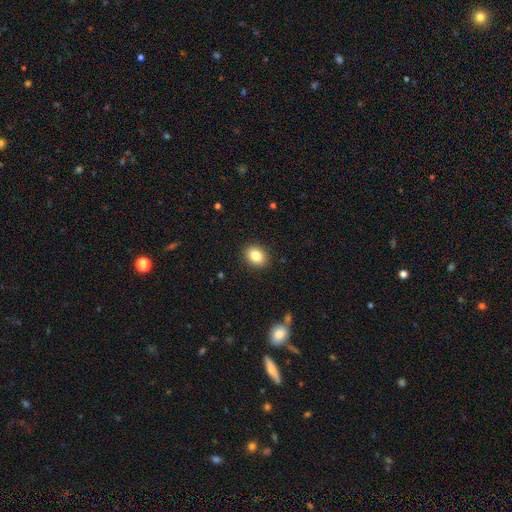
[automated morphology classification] Smooth or featured?
  - smooth: 85% *
  - star or artifact: 9%
  - featured or disk: 6%
How rounded?
  - in between: 66% *
  - round: 33%
  - cigar-shaped: 1%
Merging?
  - none: 90% *
  - minor disturbance: 7%
  - major disturbance: 2%
  - merger: 1%